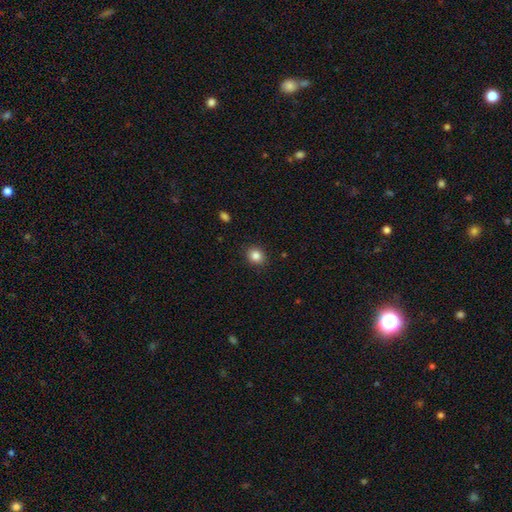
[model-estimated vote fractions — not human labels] Smooth or featured?
  - smooth: 85% *
  - star or artifact: 10%
  - featured or disk: 5%
How rounded?
  - round: 71% *
  - in between: 28%
  - cigar-shaped: 1%
Merging?
  - none: 89% *
  - minor disturbance: 7%
  - major disturbance: 2%
  - merger: 1%